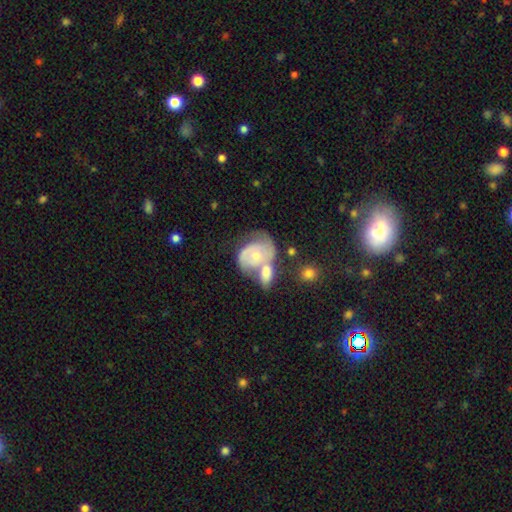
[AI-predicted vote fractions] A featured or disk galaxy (65%) with no bar (76%), spiral arms (77%) and a moderate central bulge (48%). Merging: merger (50%).